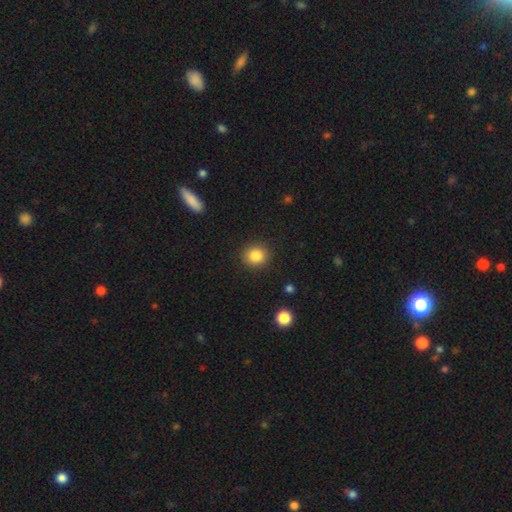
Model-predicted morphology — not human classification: Smooth or featured?
  - smooth: 85% *
  - star or artifact: 10%
  - featured or disk: 5%
How rounded?
  - round: 84% *
  - in between: 15%
  - cigar-shaped: 1%
Merging?
  - none: 90% *
  - minor disturbance: 7%
  - major disturbance: 2%
  - merger: 1%